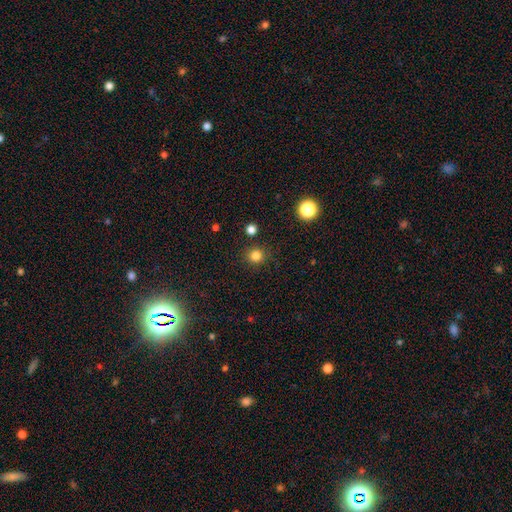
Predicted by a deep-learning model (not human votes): Overall: smooth (82%). How rounded: round (93%). Merging: none (88%).